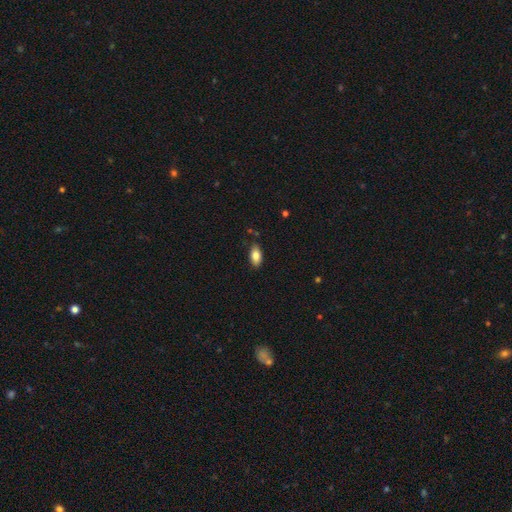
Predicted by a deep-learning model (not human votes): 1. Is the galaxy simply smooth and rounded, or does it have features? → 83% smooth, 9% featured or disk, 8% star or artifact.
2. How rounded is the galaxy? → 92% in between, 4% cigar-shaped, 4% round.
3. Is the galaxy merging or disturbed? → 82% none, 13% minor disturbance, 2% major disturbance, 2% merger.